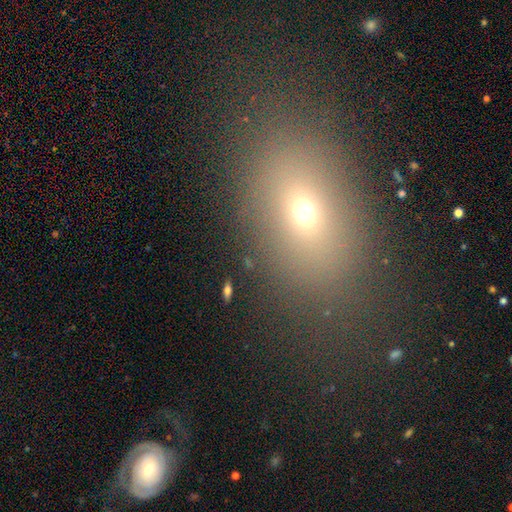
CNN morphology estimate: Smooth or featured: smooth — 63% (star or artifact — 20%)
How rounded: in between — 76% (round — 20%)
Merging: none — 79% (minor disturbance — 11%)